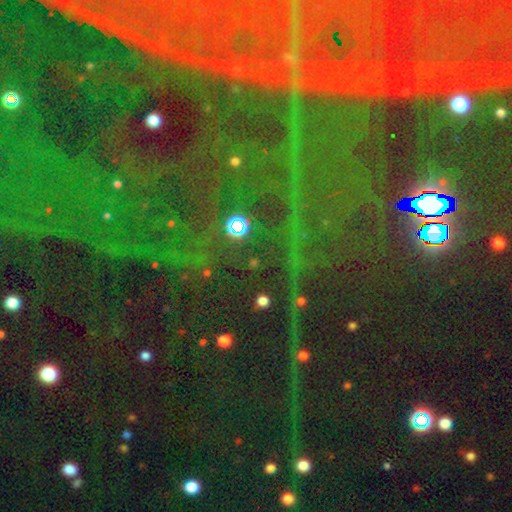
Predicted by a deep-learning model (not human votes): This is clearly a star or artifact rather than a galaxy (84%).